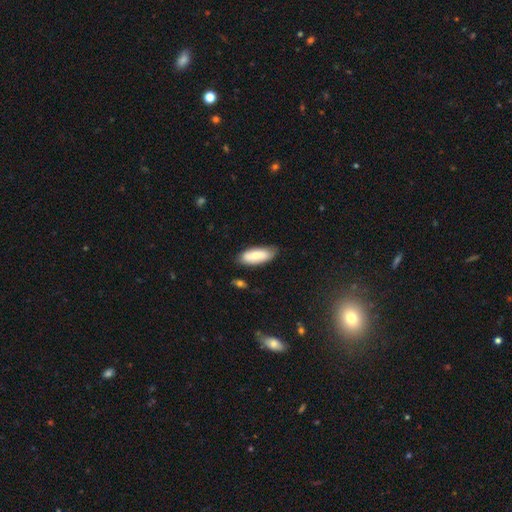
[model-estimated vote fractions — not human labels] A smooth galaxy with no disk features (75%) that is in between round and cigar-shaped (82%). Merging: none (74%).